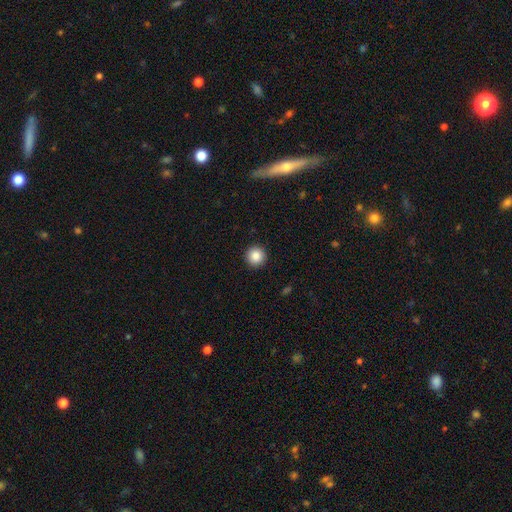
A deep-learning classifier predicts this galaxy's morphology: type=smooth (86%); roundness=round (96%); merging=none (93%).